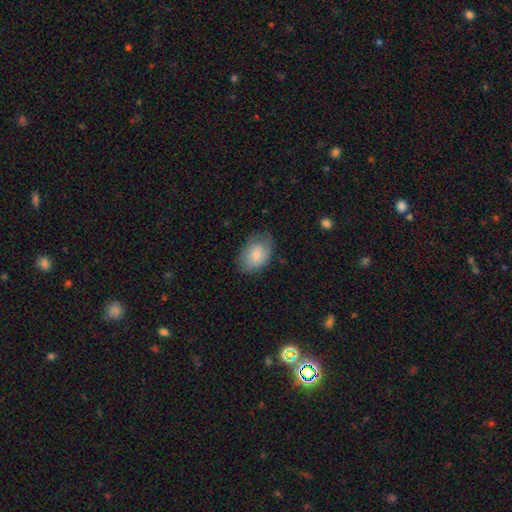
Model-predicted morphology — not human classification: Q: Smooth or featured?
A: smooth (77%); runner-up: featured or disk (17%)
Q: How rounded?
A: in between (84%); runner-up: round (15%)
Q: Merging?
A: none (70%); runner-up: minor disturbance (23%)